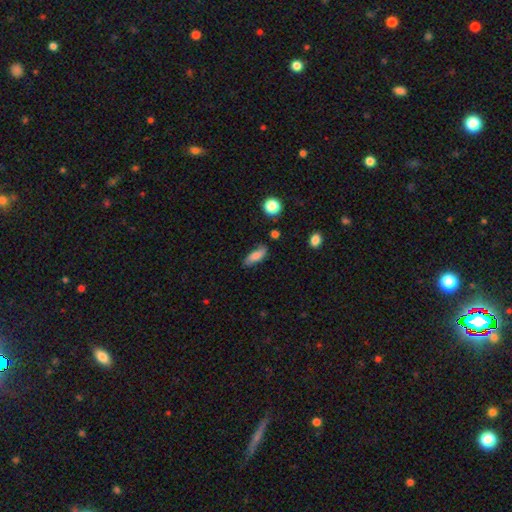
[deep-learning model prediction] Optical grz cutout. It shows a smooth galaxy with no disk features (73%) that is in between round and cigar-shaped (70%). Merging: none (75%).